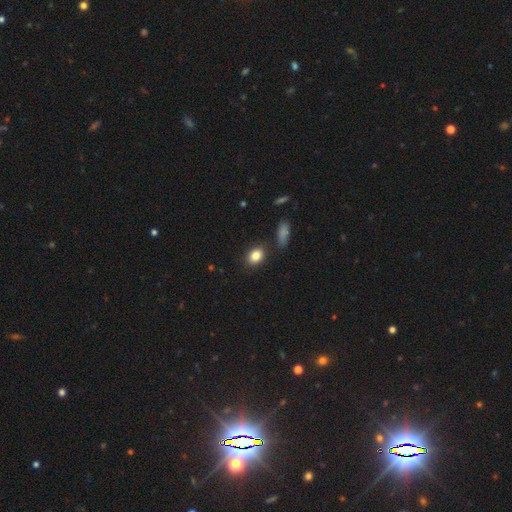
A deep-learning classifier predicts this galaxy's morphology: Smooth or featured: smooth — 84% (star or artifact — 9%)
How rounded: in between — 69% (round — 29%)
Merging: none — 81% (minor disturbance — 11%)